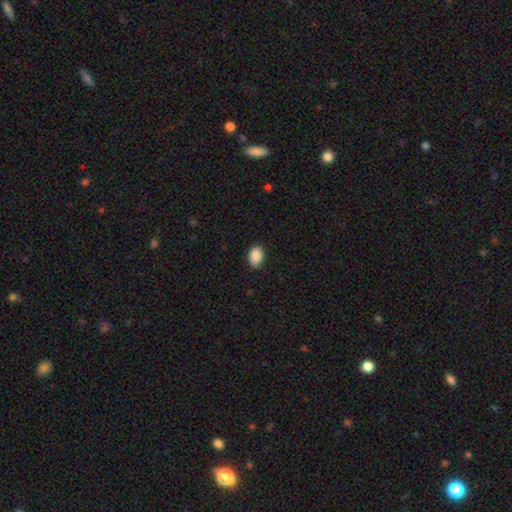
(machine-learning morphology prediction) A smooth galaxy with no disk features (89%) that is in between round and cigar-shaped (83%). Merging: none (86%).